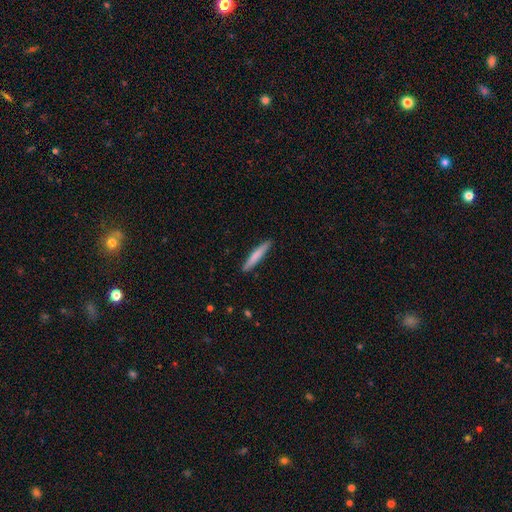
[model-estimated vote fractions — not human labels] smooth 73%, featured or disk 22%, star or artifact 5%. Down the decision tree: how rounded — cigar-shaped (95%); merging — none (90%).